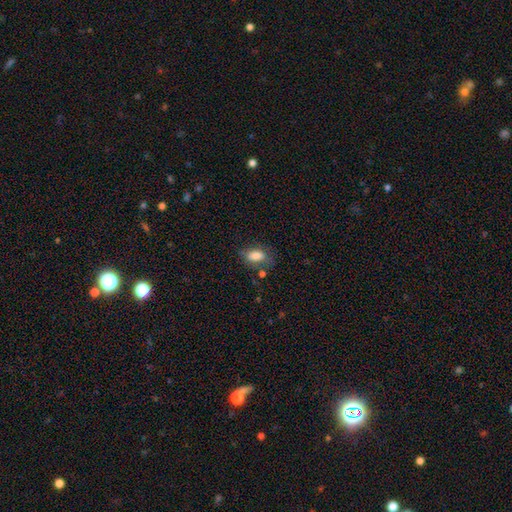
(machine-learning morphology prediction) Q: Smooth or featured?
A: smooth (82%); runner-up: featured or disk (9%)
Q: How rounded?
A: in between (87%); runner-up: round (10%)
Q: Merging?
A: none (61%); runner-up: minor disturbance (23%)